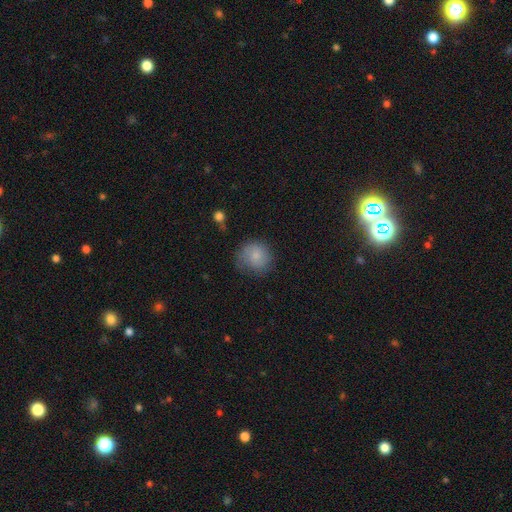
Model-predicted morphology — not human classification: Overall: smooth (77%). How rounded: round (88%). Merging: none (68%).